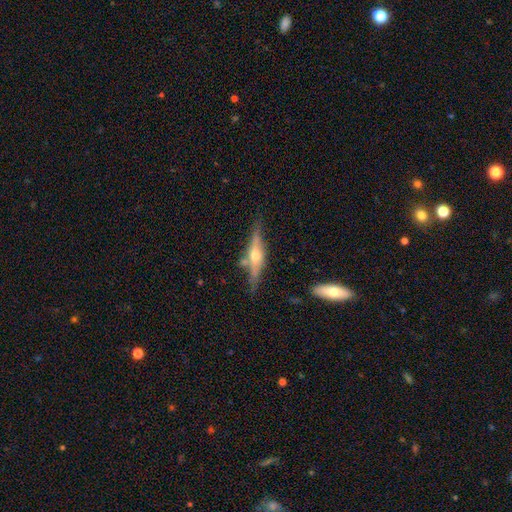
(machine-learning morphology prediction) Smooth or featured? Predicted: featured or disk (p=0.73). Edge-on disk? Predicted: yes (p=0.95). Edge-on bulge? Predicted: rounded (p=0.91). Merging? Predicted: none (p=0.76).